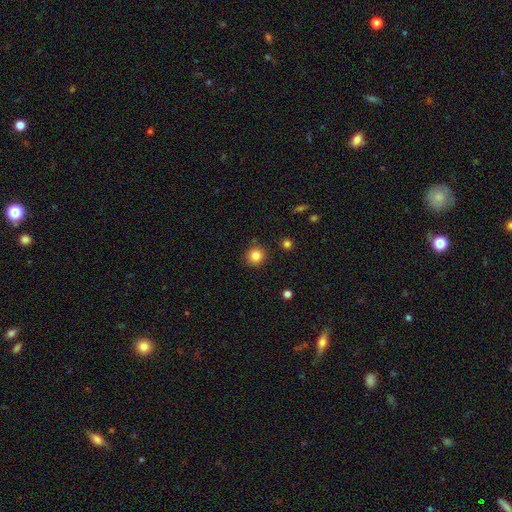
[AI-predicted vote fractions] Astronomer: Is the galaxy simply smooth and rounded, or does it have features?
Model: smooth — 84%.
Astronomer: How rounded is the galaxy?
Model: round — 93%.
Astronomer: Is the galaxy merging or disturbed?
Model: none — 88%.